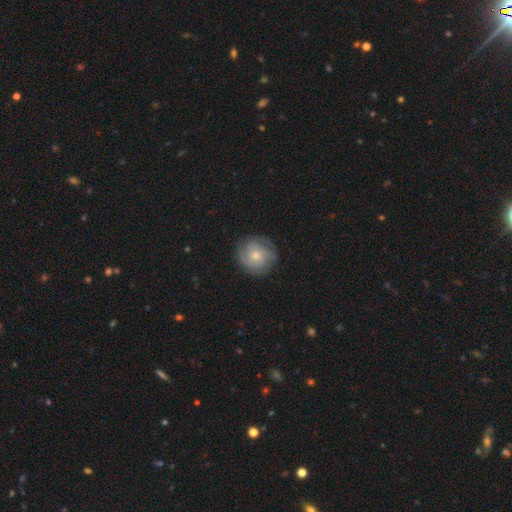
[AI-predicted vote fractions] A featured or disk galaxy (51%).

Vote fractions:
- Smooth or featured? featured or disk: 51% / smooth: 42% / star or artifact: 7%
- Edge-on disk? no: 98% / yes: 2%
- Merging? none: 79% / minor disturbance: 15% / major disturbance: 5% / merger: 1%